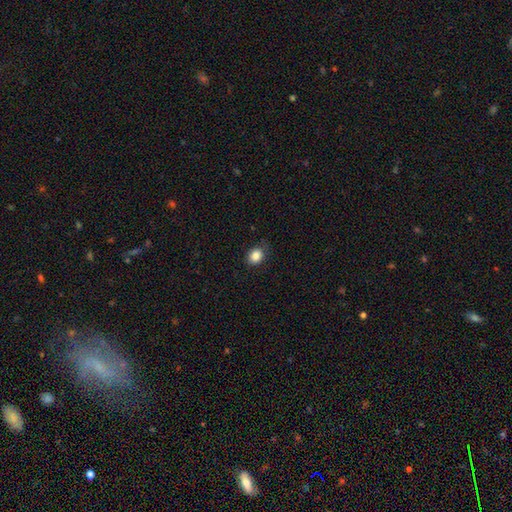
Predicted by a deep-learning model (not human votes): smooth_or_featured: smooth (p=0.86) [alt: star or artifact p=0.10]
how_rounded: round (p=0.51) [alt: in between p=0.49]
merging: none (p=0.79) [alt: minor disturbance p=0.16]